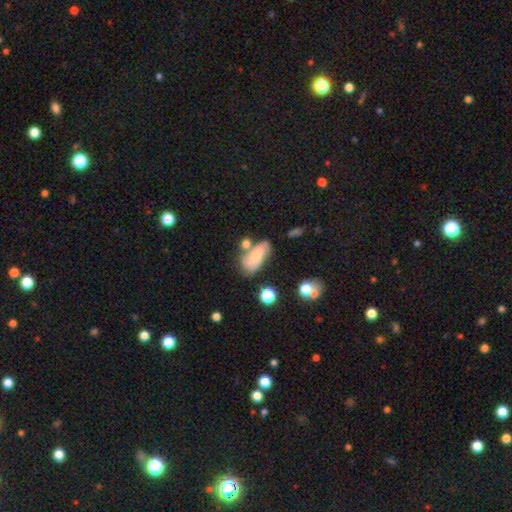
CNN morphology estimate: The model was most divided on "merging": none: 40%, merger: 25%, minor disturbance: 22%, major disturbance: 12%. More confident: how rounded — in between (84%); smooth or featured — smooth (64%).